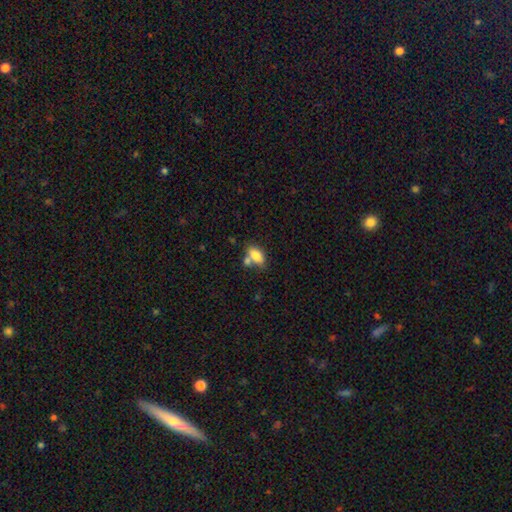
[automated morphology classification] Overall: smooth (80%). How rounded: in between (88%). Merging: none (50%; merger 31%).